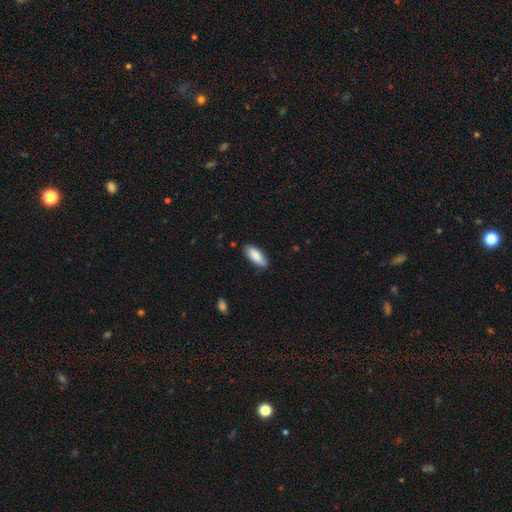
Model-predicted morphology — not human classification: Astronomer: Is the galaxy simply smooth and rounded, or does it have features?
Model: smooth — 88%.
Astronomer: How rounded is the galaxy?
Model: in between — 81%.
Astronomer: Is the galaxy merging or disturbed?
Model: none — 82%.